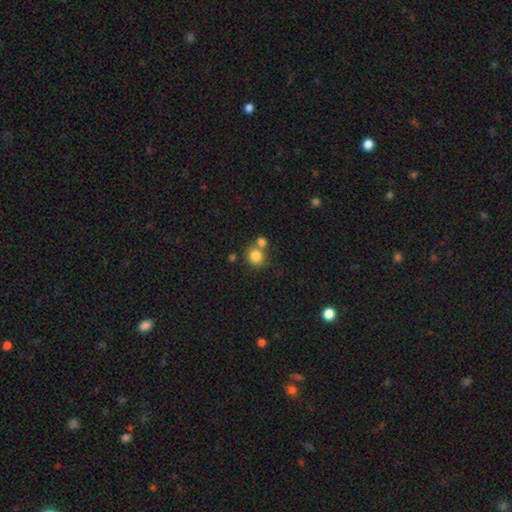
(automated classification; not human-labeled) This is clearly a smooth galaxy (81%). How rounded: clearly round (87%). Merging: possibly none (54%).